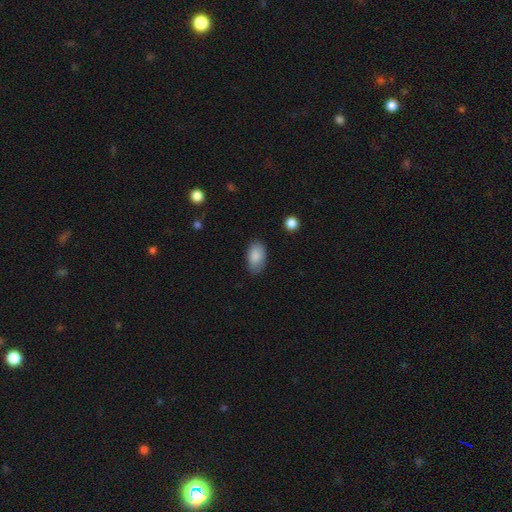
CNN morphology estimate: type=smooth (87%); roundness=in between (93%); merging=none (78%).